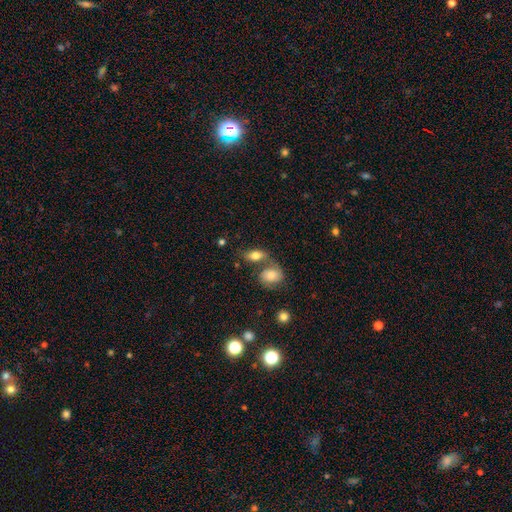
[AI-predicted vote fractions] This appears to be a smooth galaxy with no disk features (75%) that is in between round and cigar-shaped (83%). Merging: merger (49%).